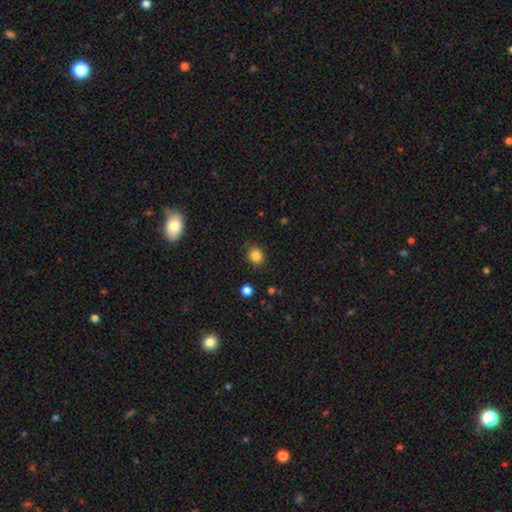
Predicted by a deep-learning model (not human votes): This is clearly a smooth galaxy (84%). How rounded: likely round (75%). Merging: clearly none (86%).